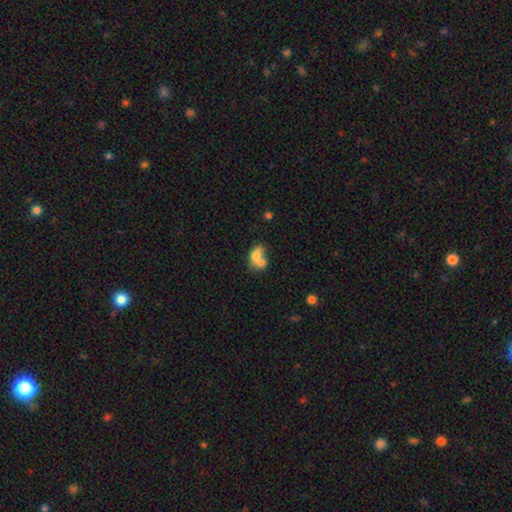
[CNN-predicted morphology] smooth 70%, featured or disk 22%, star or artifact 9%. Down the decision tree: how rounded — in between (74%); merging — merger (68%).